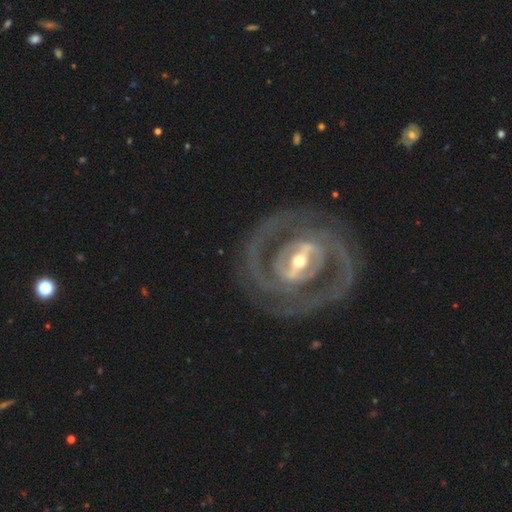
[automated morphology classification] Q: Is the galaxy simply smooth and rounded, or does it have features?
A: featured or disk — 91%.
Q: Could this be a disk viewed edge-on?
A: no — 96%.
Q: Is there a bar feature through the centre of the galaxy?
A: strong — 57%.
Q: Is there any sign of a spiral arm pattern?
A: yes — 94%.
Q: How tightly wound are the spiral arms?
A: tight — 57%.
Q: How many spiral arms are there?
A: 2 — 83%.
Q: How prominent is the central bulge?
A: small — 47%.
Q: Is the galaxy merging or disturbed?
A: none — 80%.